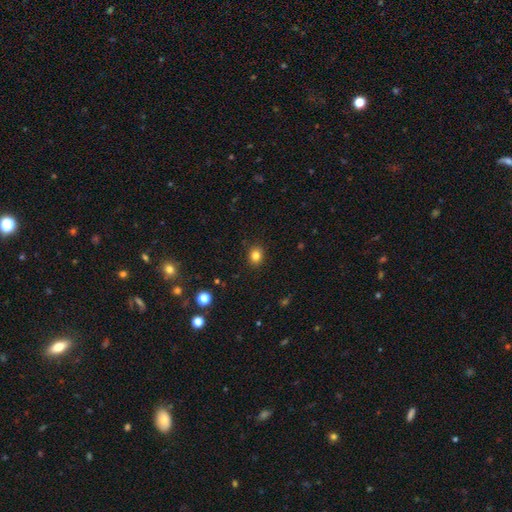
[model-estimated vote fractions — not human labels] Overall: smooth (82%). How rounded: round (67%; in between 32%). Merging: none (89%).